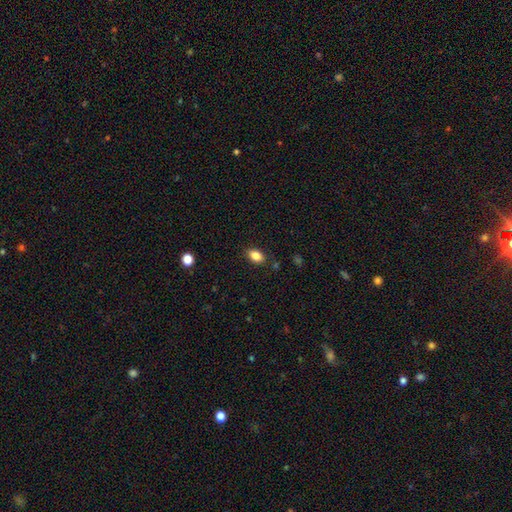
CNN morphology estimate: Q: Smooth or featured?
A: smooth (85%); runner-up: star or artifact (9%)
Q: How rounded?
A: in between (85%); runner-up: round (14%)
Q: Merging?
A: none (86%); runner-up: minor disturbance (10%)